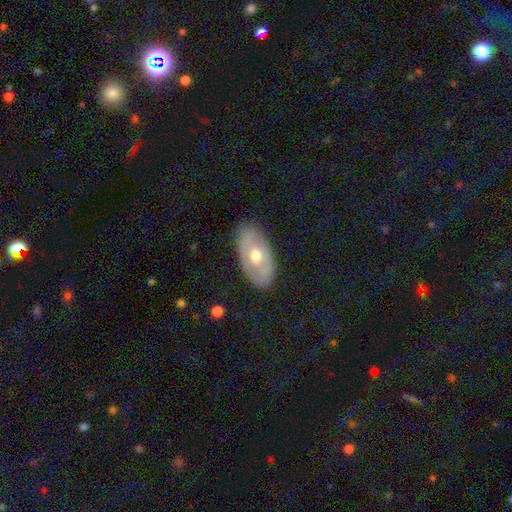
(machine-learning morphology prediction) A featured or disk galaxy (49%).

Vote fractions:
- Smooth or featured? featured or disk: 49% / smooth: 44% / star or artifact: 7%
- Merging? none: 84% / minor disturbance: 12% / major disturbance: 3% / merger: 1%